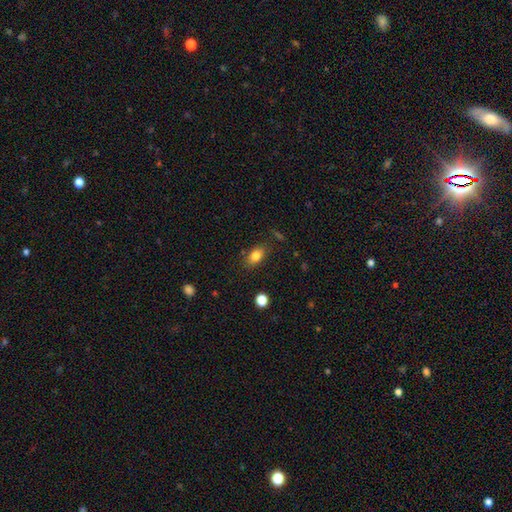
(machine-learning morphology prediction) Q: Smooth or featured?
A: smooth (81%); runner-up: featured or disk (9%)
Q: How rounded?
A: in between (84%); runner-up: round (13%)
Q: Merging?
A: none (81%); runner-up: minor disturbance (13%)